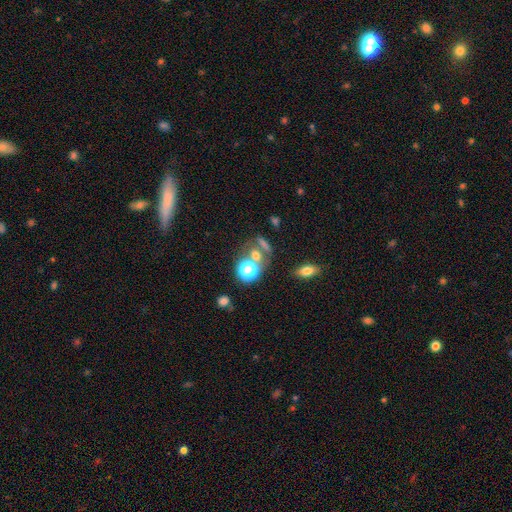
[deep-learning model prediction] The model was most divided on "merging": none: 49%, merger: 32%, minor disturbance: 11%, major disturbance: 8%. More confident: how rounded — round (62%); smooth or featured — smooth (52%).